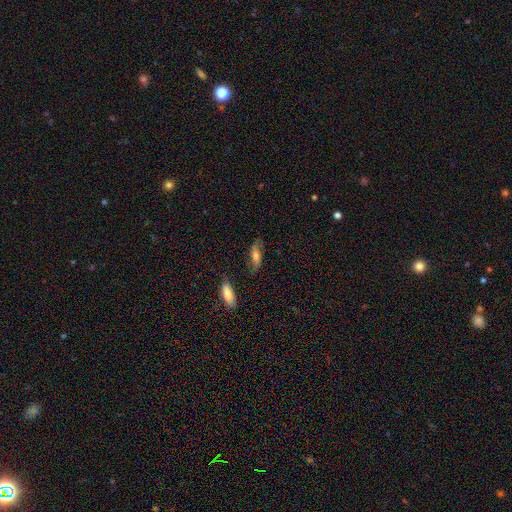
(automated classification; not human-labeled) A smooth galaxy with no disk features (56%) that is in between round and cigar-shaped (64%). Merging: none (70%).